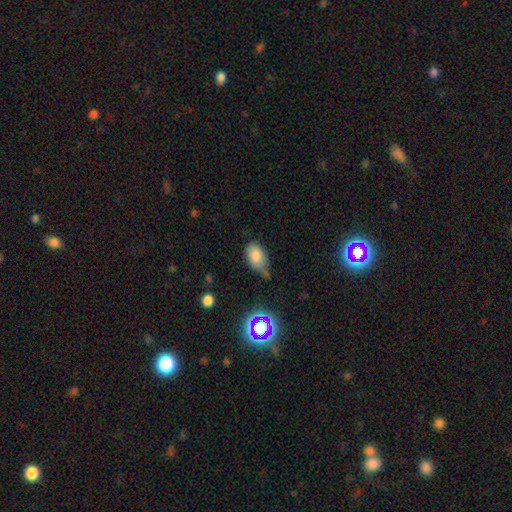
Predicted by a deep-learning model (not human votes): This appears to be a smooth galaxy with no disk features (80%) that is in between round and cigar-shaped (89%). Merging: none (44%).